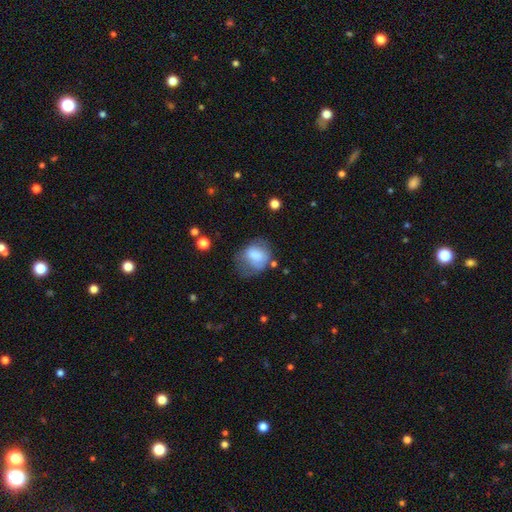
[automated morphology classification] Smooth or featured? smooth (70%)
How rounded? round (50%)
Merging? none (36%)